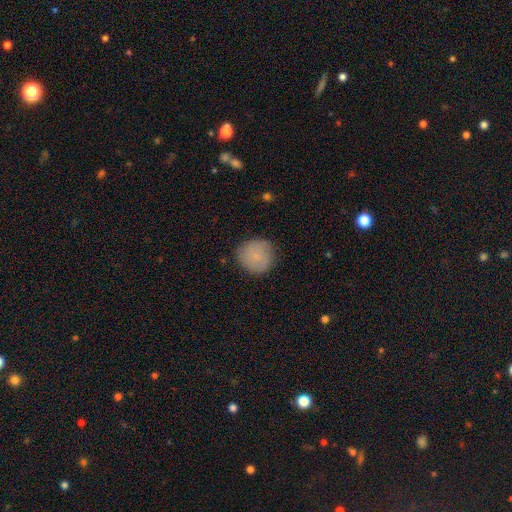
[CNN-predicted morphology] This appears to be a smooth galaxy with no disk features (77%) that is round (92%). Merging: none (81%).